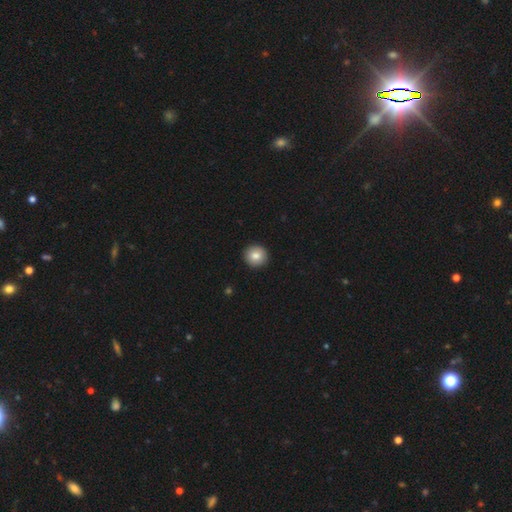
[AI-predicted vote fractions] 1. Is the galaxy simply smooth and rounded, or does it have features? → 84% smooth, 8% featured or disk, 8% star or artifact.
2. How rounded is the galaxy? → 93% round, 6% in between, 1% cigar-shaped.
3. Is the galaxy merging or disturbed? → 93% none, 5% minor disturbance, 1% major disturbance, 1% merger.